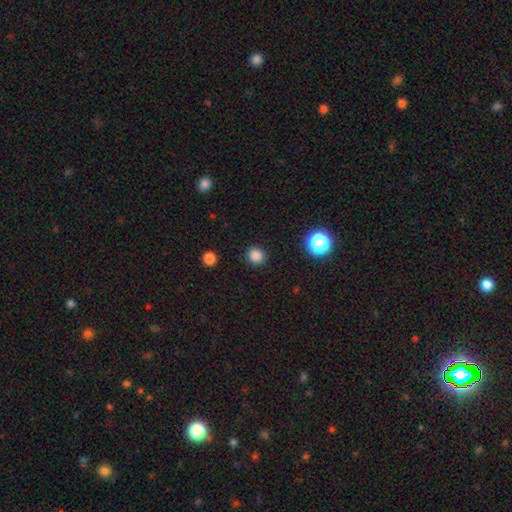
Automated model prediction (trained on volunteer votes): The model was most divided on "smooth or featured": smooth: 84%, star or artifact: 13%, featured or disk: 3%. More confident: how rounded — round (92%); merging — none (91%).